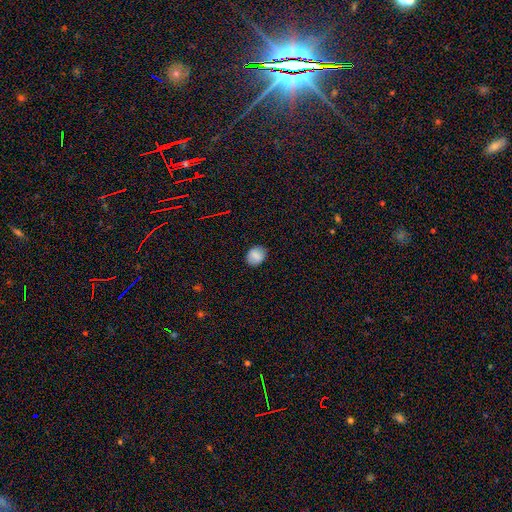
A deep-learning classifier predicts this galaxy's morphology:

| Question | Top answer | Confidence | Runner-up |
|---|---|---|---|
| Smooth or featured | smooth | 82% | star or artifact (9%) |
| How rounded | round | 59% | in between (39%) |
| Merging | none | 87% | minor disturbance (10%) |